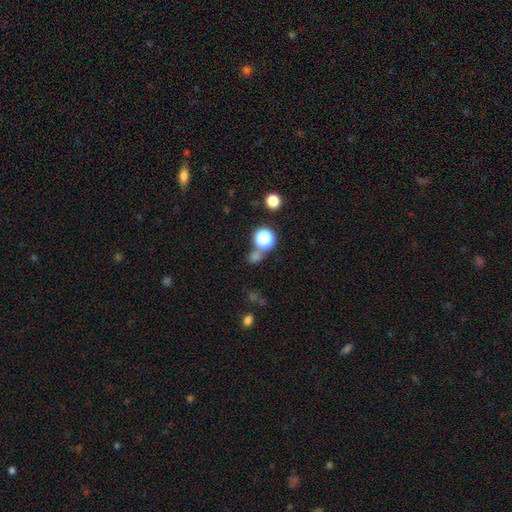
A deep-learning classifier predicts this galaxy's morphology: type=smooth (51%); roundness=round (78%); merging=none (66%).